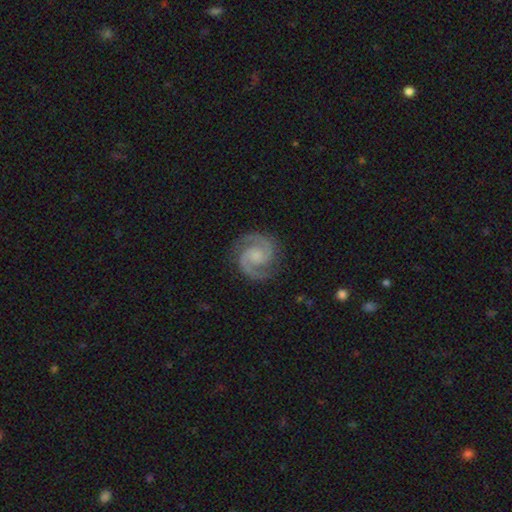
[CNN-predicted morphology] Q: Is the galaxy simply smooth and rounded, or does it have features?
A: featured or disk — 93%.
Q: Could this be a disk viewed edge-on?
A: no — 99%.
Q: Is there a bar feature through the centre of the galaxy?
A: no — 60%.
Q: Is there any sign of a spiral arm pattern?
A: yes — 99%.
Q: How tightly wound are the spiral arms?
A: medium — 48%.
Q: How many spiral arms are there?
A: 2 — 94%.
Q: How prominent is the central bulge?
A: small — 48%.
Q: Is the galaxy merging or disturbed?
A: none — 86%.